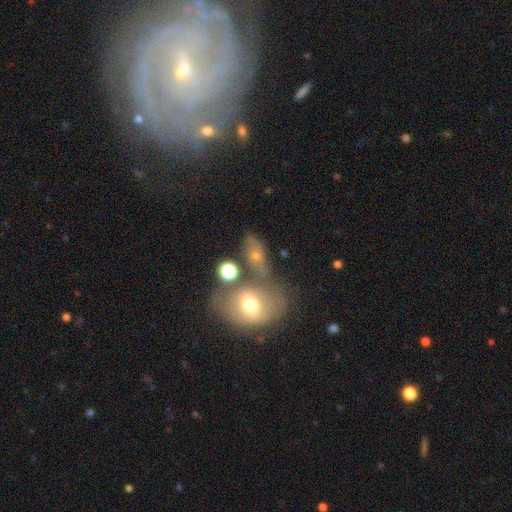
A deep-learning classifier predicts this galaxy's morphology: A smooth galaxy with no disk features (54%) that is in between round and cigar-shaped (67%). Merging: none (41%).